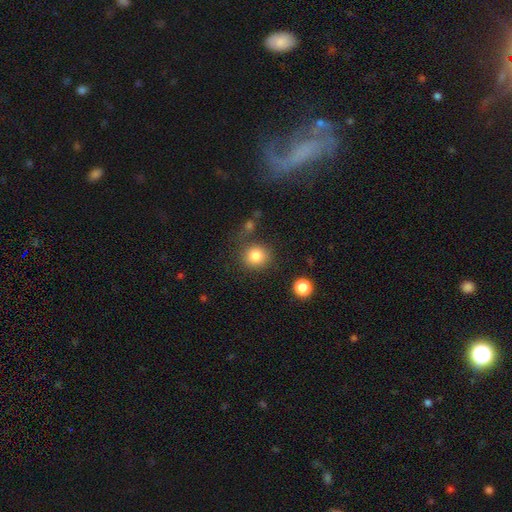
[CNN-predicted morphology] Smooth or featured? smooth (83%)
How rounded? round (86%)
Merging? none (77%)